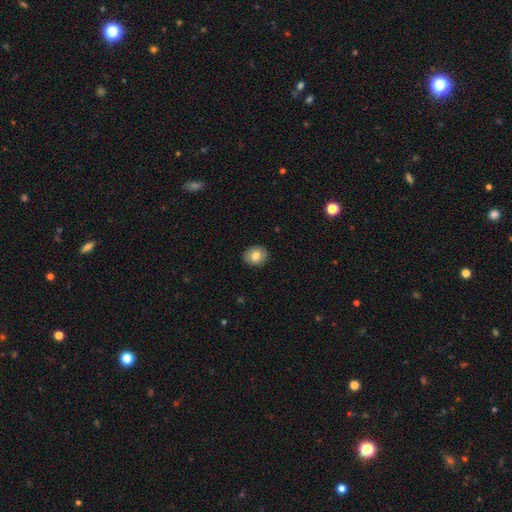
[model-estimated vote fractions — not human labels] Smooth or featured: smooth — 79% (featured or disk — 13%)
How rounded: round — 69% (in between — 30%)
Merging: none — 89% (minor disturbance — 8%)